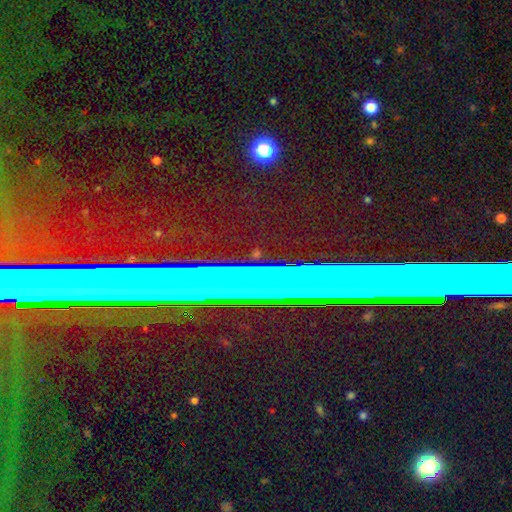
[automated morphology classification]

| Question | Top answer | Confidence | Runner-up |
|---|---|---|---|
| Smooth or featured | star or artifact | 58% | featured or disk (27%) |